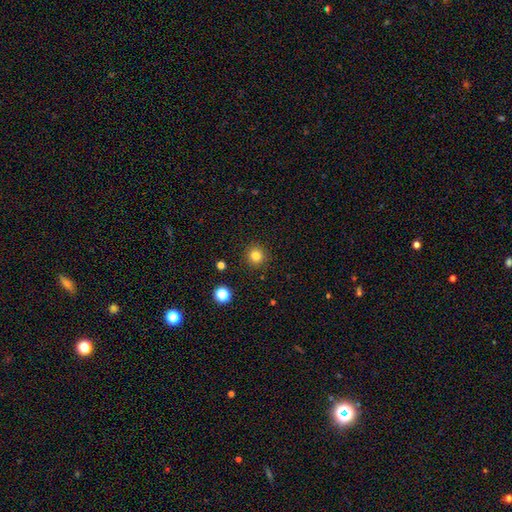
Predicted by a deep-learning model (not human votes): Overall: smooth (81%). How rounded: round (94%). Merging: none (91%).